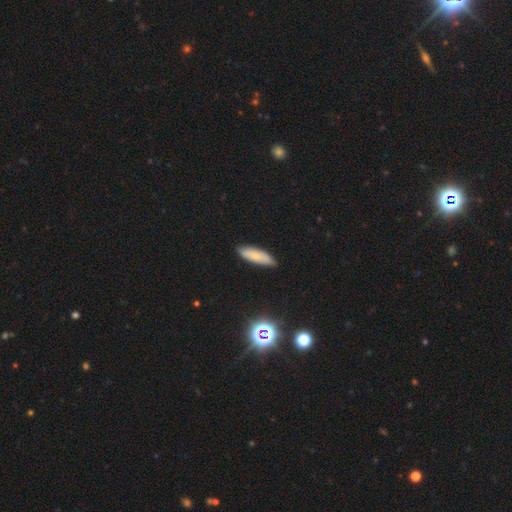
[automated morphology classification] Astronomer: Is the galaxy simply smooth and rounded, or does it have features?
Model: smooth — 78%.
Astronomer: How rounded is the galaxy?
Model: cigar-shaped — 53% (runner-up: in between, 45%).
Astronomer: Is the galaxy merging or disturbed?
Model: none — 85%.